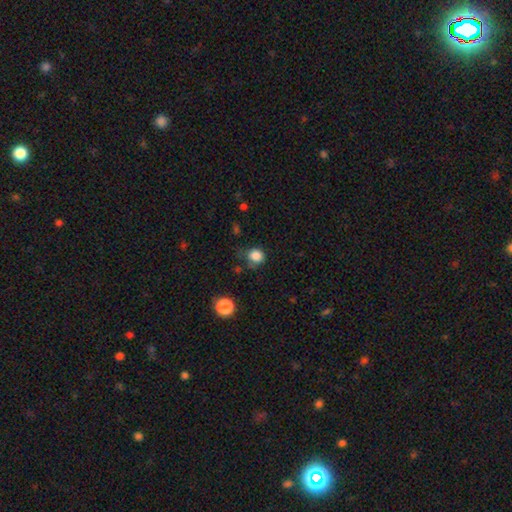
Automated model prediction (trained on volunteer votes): Smooth or featured?
  - smooth: 84% *
  - star or artifact: 11%
  - featured or disk: 5%
How rounded?
  - round: 80% *
  - in between: 19%
  - cigar-shaped: 1%
Merging?
  - none: 60% *
  - minor disturbance: 26%
  - major disturbance: 10%
  - merger: 4%